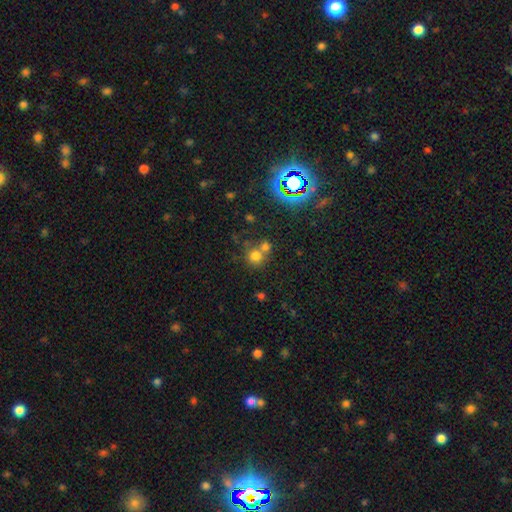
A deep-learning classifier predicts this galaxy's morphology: Q: Smooth or featured?
A: smooth (70%); runner-up: star or artifact (19%)
Q: How rounded?
A: round (86%); runner-up: in between (13%)
Q: Merging?
A: none (48%); runner-up: merger (40%)